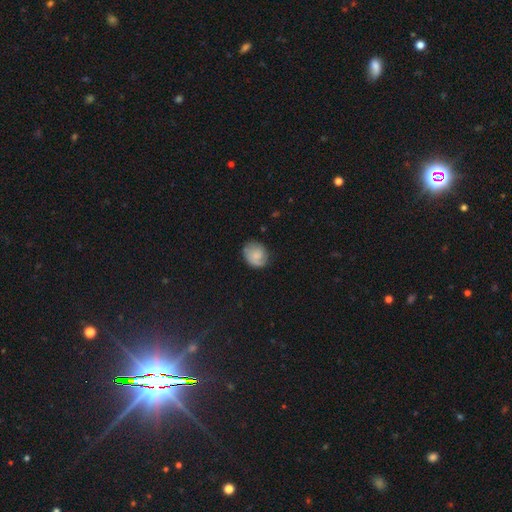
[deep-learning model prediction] Q: Smooth or featured?
A: smooth (61%); runner-up: featured or disk (31%)
Q: How rounded?
A: round (61%); runner-up: in between (38%)
Q: Merging?
A: none (69%); runner-up: minor disturbance (22%)